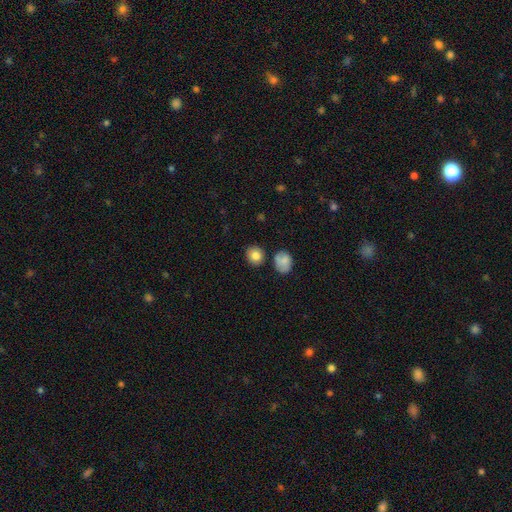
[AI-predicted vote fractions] Smooth or featured?
  - smooth: 83% *
  - star or artifact: 9%
  - featured or disk: 8%
How rounded?
  - round: 70% *
  - in between: 29%
  - cigar-shaped: 1%
Merging?
  - none: 80% *
  - minor disturbance: 11%
  - merger: 6%
  - major disturbance: 3%